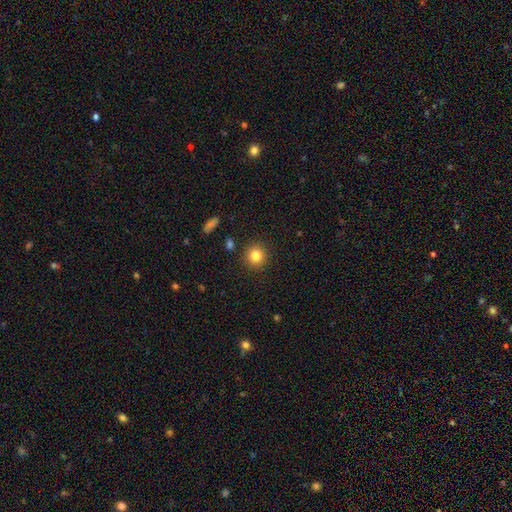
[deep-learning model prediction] Smooth or featured? Predicted: smooth (p=0.83). How rounded? Predicted: round (p=0.92). Merging? Predicted: none (p=0.90).